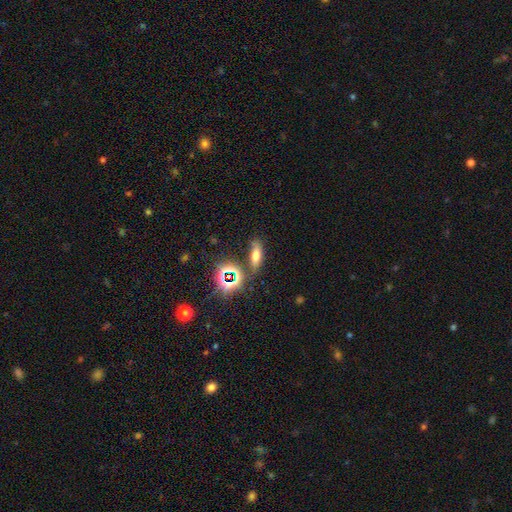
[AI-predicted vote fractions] This is possibly a smooth galaxy (56%). How rounded: possibly in between (55%). Merging: likely none (71%).